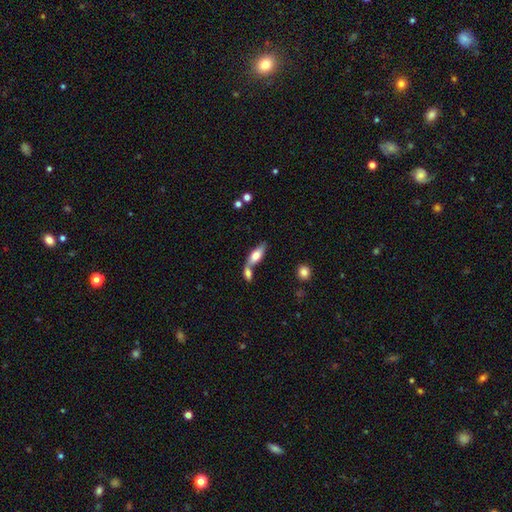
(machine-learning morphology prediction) Q: Smooth or featured?
A: smooth (63%); runner-up: featured or disk (31%)
Q: How rounded?
A: in between (68%); runner-up: cigar-shaped (29%)
Q: Merging?
A: merger (47%); runner-up: none (39%)